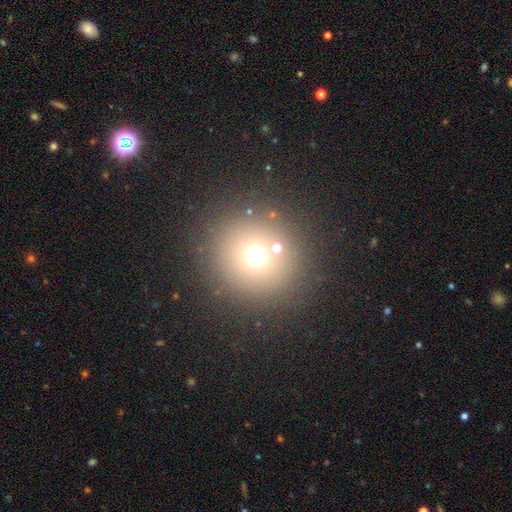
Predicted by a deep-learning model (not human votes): This appears to be a smooth galaxy with no disk features (63%) that is round (93%). Merging: none (81%).